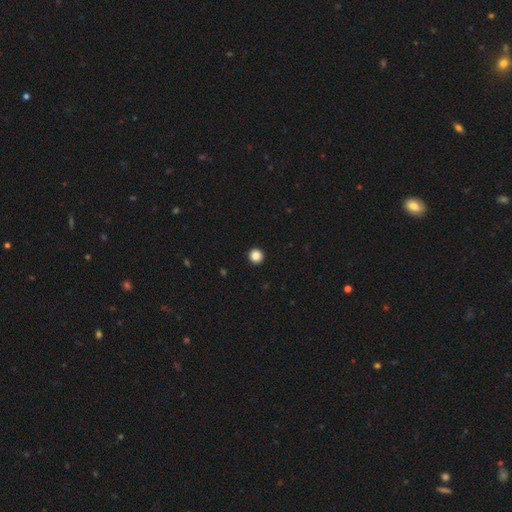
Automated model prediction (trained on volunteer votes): Smooth or featured? Predicted: smooth (p=0.87). How rounded? Predicted: round (p=0.96). Merging? Predicted: none (p=0.94).